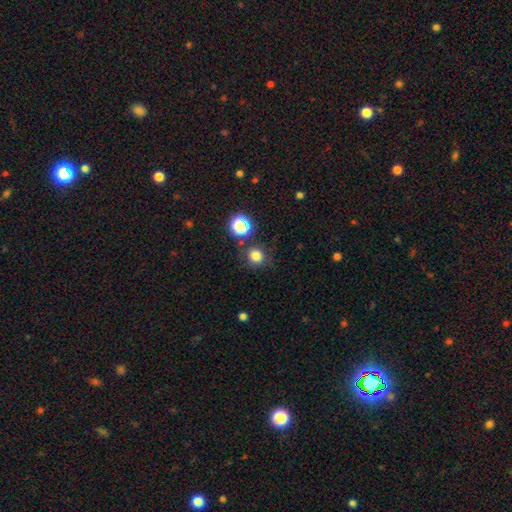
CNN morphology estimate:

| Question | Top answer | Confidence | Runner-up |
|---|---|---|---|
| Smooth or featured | smooth | 78% | star or artifact (16%) |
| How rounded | round | 87% | in between (12%) |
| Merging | none | 79% | minor disturbance (10%) |